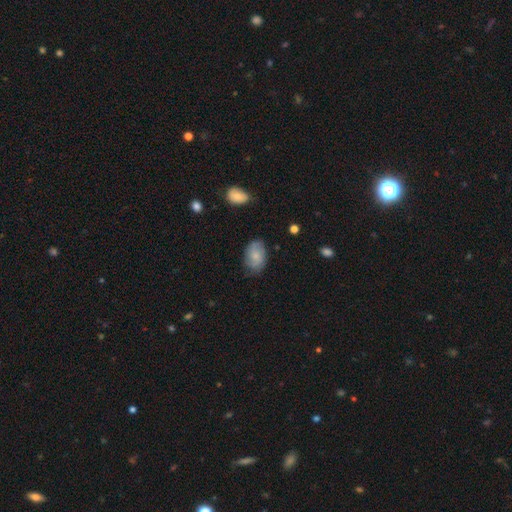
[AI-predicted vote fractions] Morphology: type=smooth (68%); roundness=in between (87%); merging=none (73%).